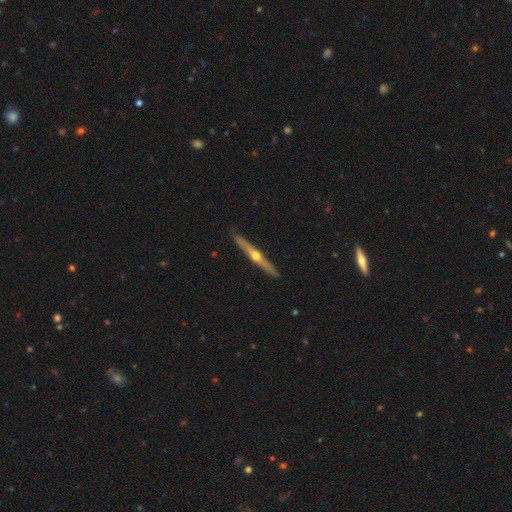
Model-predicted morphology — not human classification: smooth-or-featured: featured or disk: 75% | smooth: 20% | star or artifact: 5%
  disk-edge-on: yes: 97% | no: 3%
    edge-on-bulge: rounded: 93% | none: 5% | boxy: 2%
  merging: none: 91% | minor disturbance: 7% | major disturbance: 1% | merger: 1%